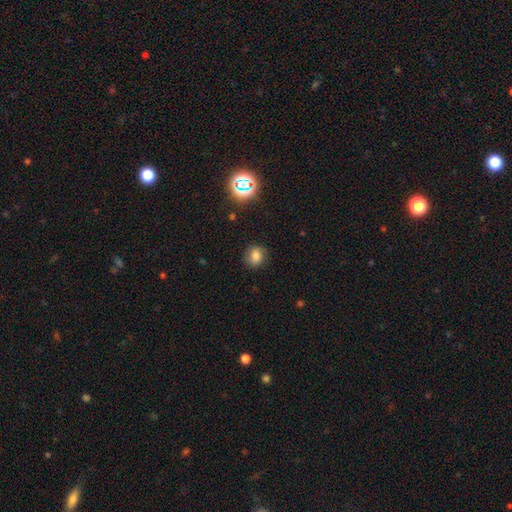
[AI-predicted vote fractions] A smooth galaxy with no disk features (76%) that is round (69%). Merging: none (83%).